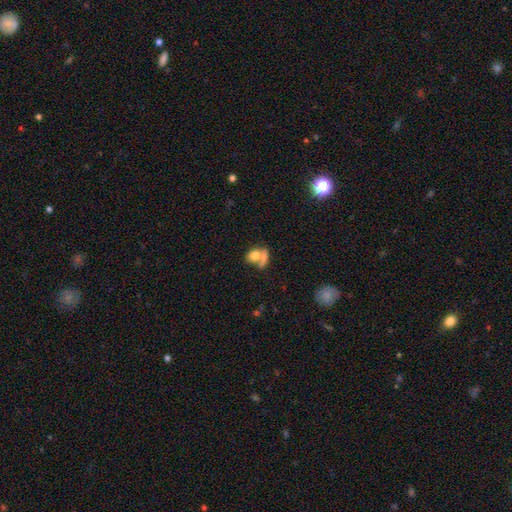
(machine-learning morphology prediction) Smooth or featured? Predicted: smooth (p=0.73). How rounded? Predicted: in between (p=0.62). Merging? Predicted: merger (p=0.56).